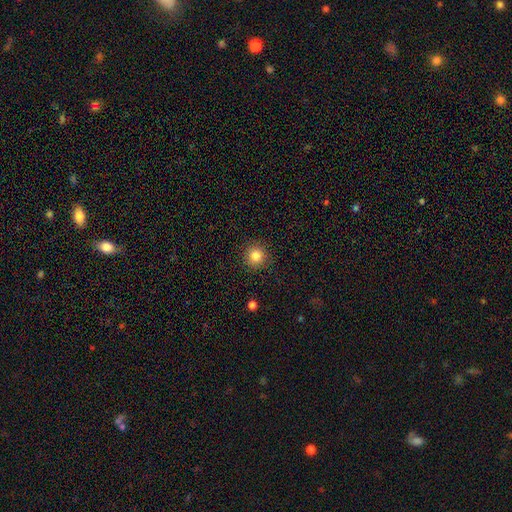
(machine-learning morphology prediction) The model was most divided on "smooth or featured": smooth: 83%, star or artifact: 11%, featured or disk: 6%. More confident: how rounded — round (95%); merging — none (91%).